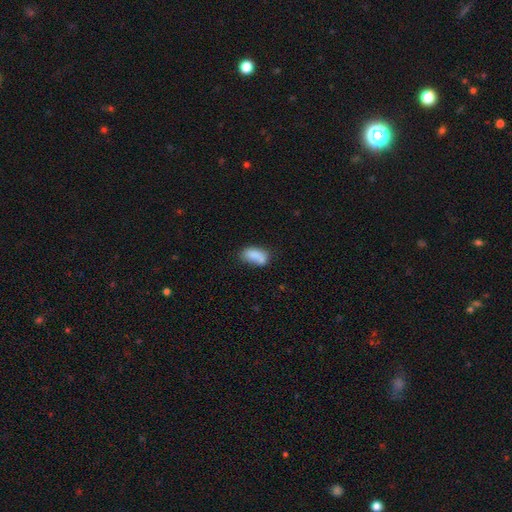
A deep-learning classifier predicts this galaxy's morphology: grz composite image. It shows a smooth galaxy with no disk features (83%) that is in between round and cigar-shaped (91%). Merging: none (52%).